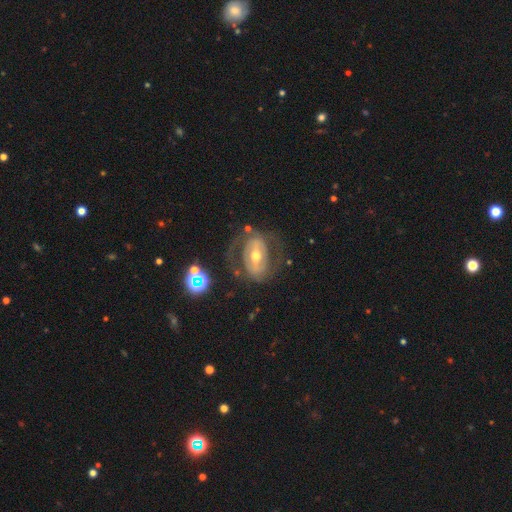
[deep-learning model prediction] A featured or disk galaxy (74%) with a strong bar (40%), spiral arms (58%) and a moderate central bulge (66%). Merging: none (62%).